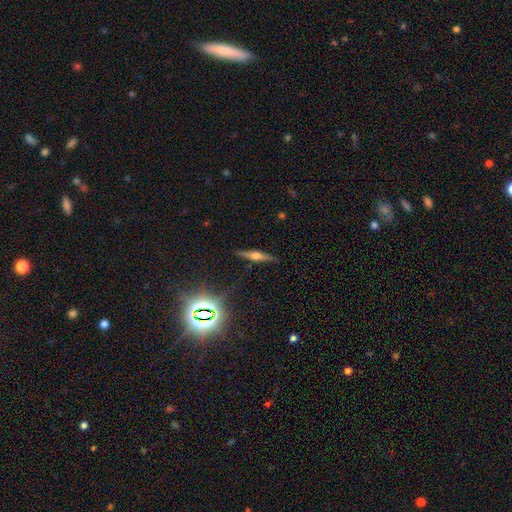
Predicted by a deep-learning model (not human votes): The model was most divided on "smooth or featured": featured or disk: 65%, smooth: 23%, star or artifact: 12%. More confident: edge-on disk — yes (97%); edge-on bulge — rounded (88%); merging — none (88%).